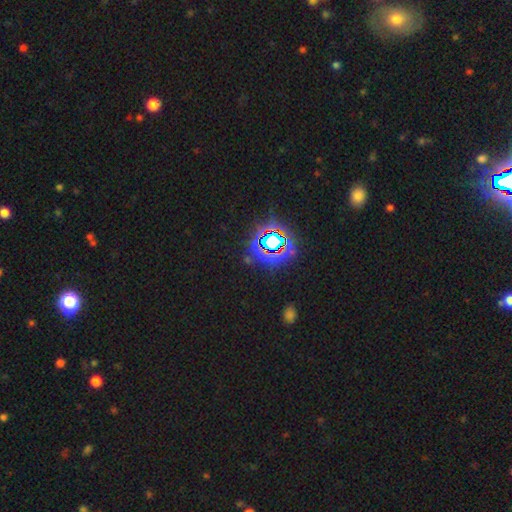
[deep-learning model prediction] Q: Smooth or featured?
A: star or artifact (71%); runner-up: smooth (18%)